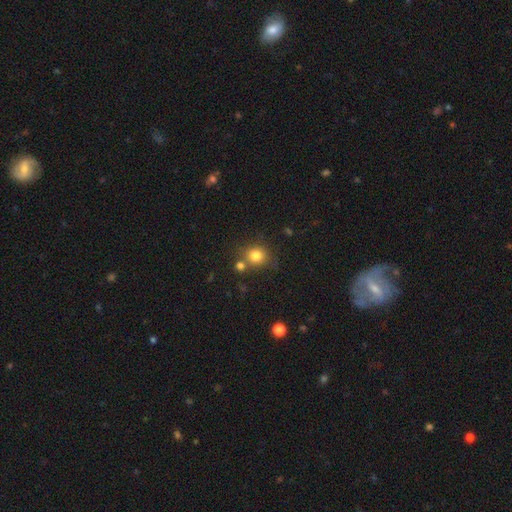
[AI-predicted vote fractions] The model was most divided on "merging": none: 66%, merger: 18%, minor disturbance: 12%, major disturbance: 4%. More confident: how rounded — round (82%); smooth or featured — smooth (80%).